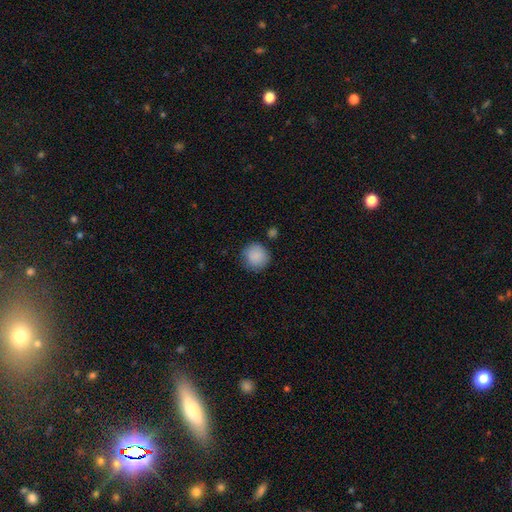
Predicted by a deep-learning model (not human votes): Smooth or featured: smooth — 89% (star or artifact — 8%)
How rounded: round — 93% (in between — 6%)
Merging: none — 83% (minor disturbance — 11%)